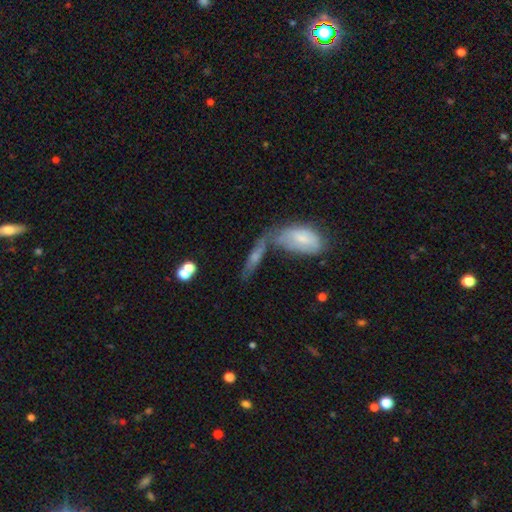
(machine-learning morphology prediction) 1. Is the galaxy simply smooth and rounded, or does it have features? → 45% smooth (tied), 45% featured or disk (tied), 10% star or artifact.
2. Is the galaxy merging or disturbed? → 43% merger, 35% none, 14% minor disturbance, 8% major disturbance.